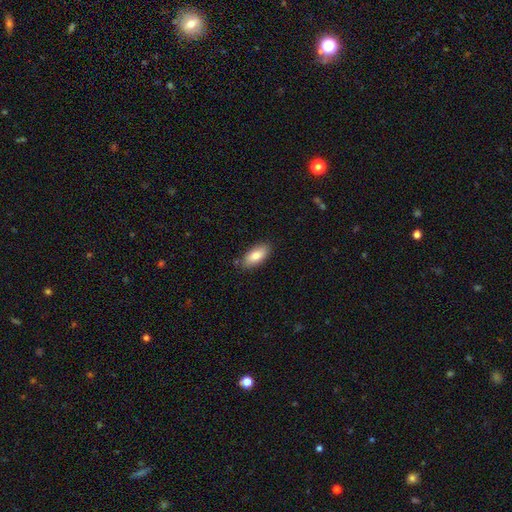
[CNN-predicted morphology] type=smooth (81%); roundness=in between (86%); merging=none (84%).